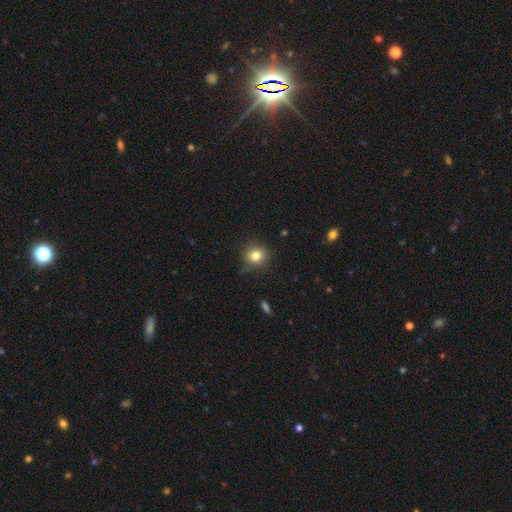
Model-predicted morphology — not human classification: smooth_or_featured: smooth (p=0.80) [alt: star or artifact p=0.12]
how_rounded: round (p=0.83) [alt: in between p=0.16]
merging: none (p=0.83) [alt: minor disturbance p=0.12]